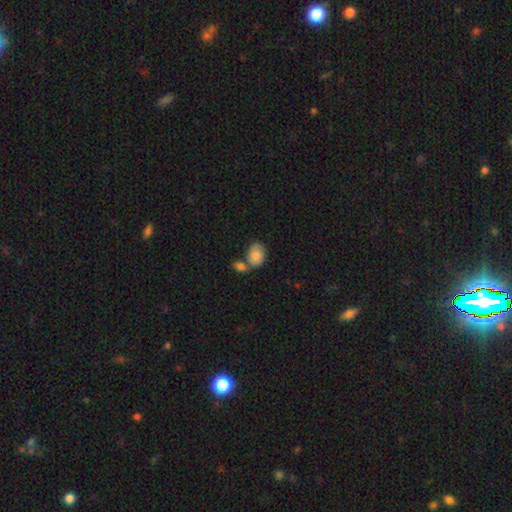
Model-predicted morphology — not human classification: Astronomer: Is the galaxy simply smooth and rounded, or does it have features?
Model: smooth — 81%.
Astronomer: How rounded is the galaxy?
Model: in between — 75%.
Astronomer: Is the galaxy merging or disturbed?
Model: merger — 44% (runner-up: none, 35%).